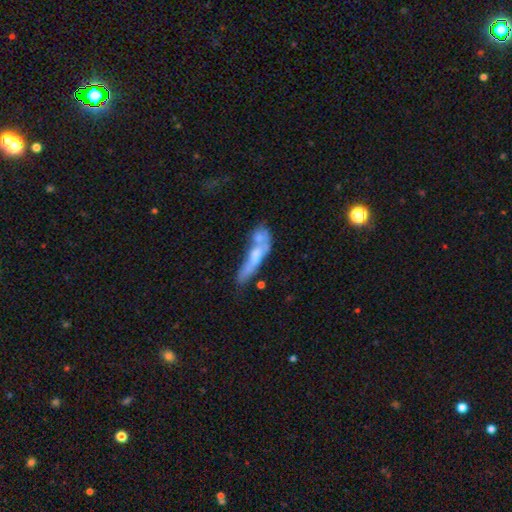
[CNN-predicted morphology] This appears to be a smooth galaxy with no disk features (47%). Merging: merger (41%).